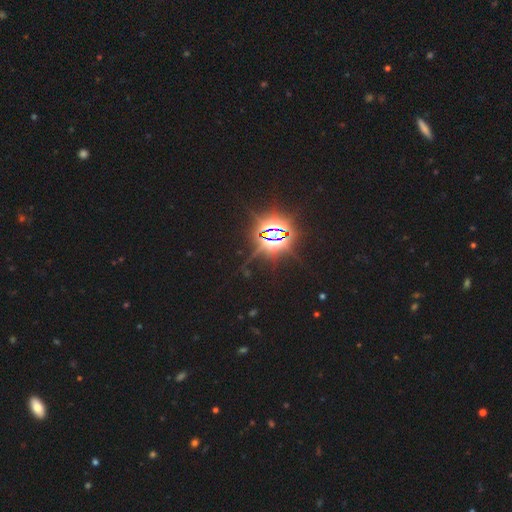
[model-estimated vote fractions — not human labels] Smooth or featured: star or artifact — 87% (smooth — 7%)